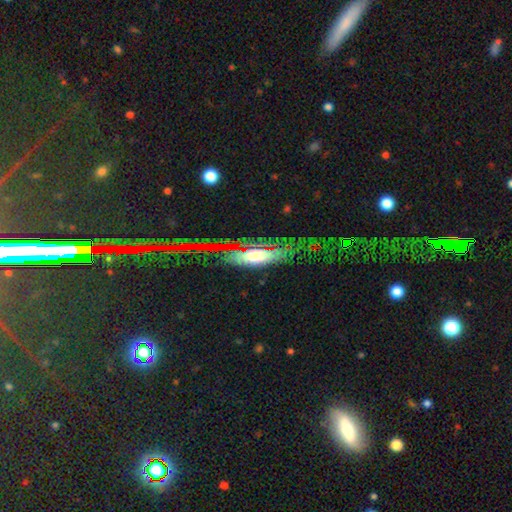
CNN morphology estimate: Smooth or featured: smooth — 52% (featured or disk — 29%)
How rounded: in between — 62% (cigar-shaped — 32%)
Merging: none — 79% (minor disturbance — 14%)